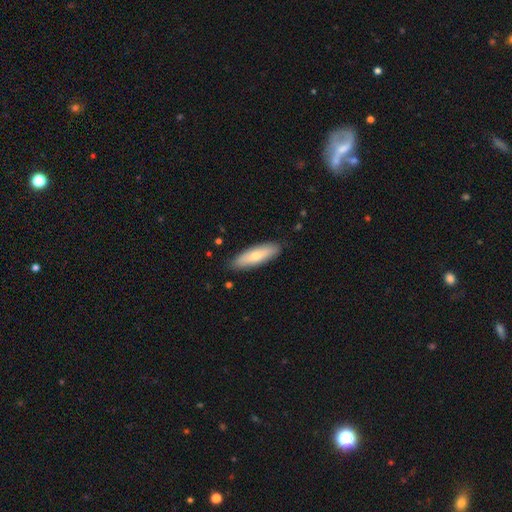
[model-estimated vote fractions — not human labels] This appears to be a smooth galaxy with no disk features (71%) that is cigar-shaped (52%). Merging: none (87%).